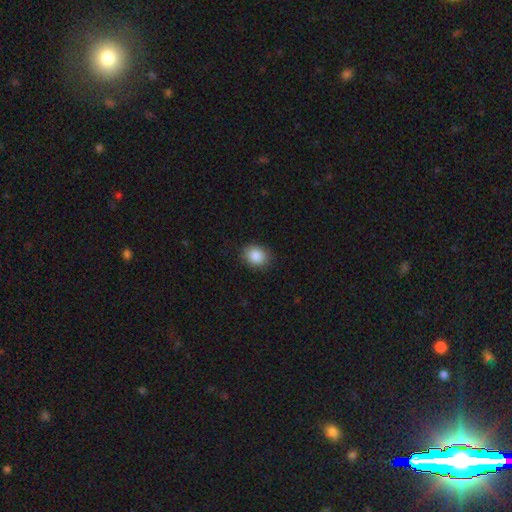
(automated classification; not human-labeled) Smooth or featured?
  - smooth: 88% *
  - star or artifact: 8%
  - featured or disk: 4%
How rounded?
  - in between: 52% *
  - round: 47%
  - cigar-shaped: 1%
Merging?
  - none: 88% *
  - minor disturbance: 9%
  - major disturbance: 2%
  - merger: 1%